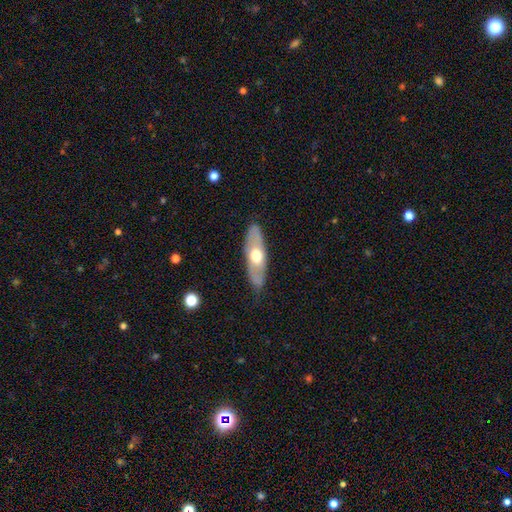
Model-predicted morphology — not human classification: smooth_or_featured: featured or disk (p=0.49) [alt: smooth p=0.46]
merging: none (p=0.80) [alt: minor disturbance p=0.15]